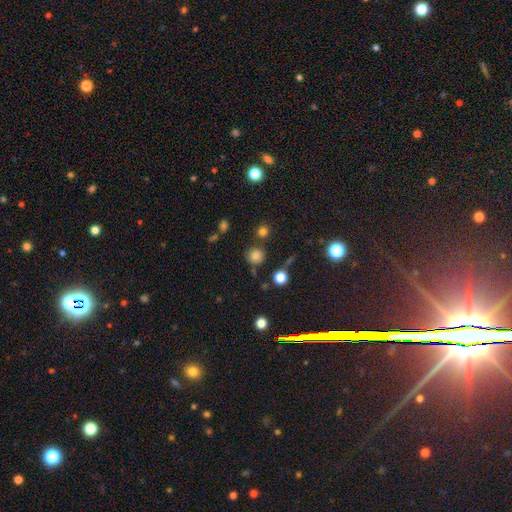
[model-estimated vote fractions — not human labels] The model was most divided on "smooth or featured": smooth: 77%, star or artifact: 17%, featured or disk: 6%. More confident: how rounded — round (92%); merging — none (79%).